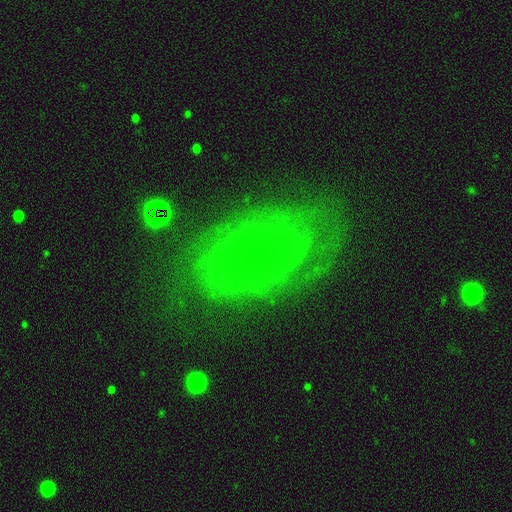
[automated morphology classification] featured or disk 57%, smooth 31%, star or artifact 13%. Down the decision tree: edge-on disk — no (95%); bar — no (81%); spiral arms — yes (79%); bulge size — small (77%); merging — none (74%).